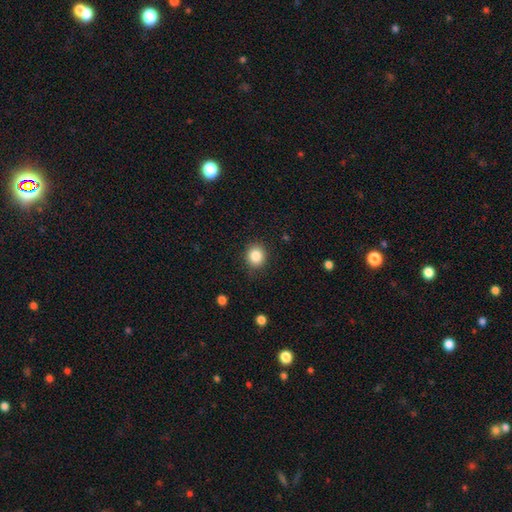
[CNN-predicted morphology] Smooth or featured?
  - smooth: 85% *
  - star or artifact: 10%
  - featured or disk: 5%
How rounded?
  - round: 82% *
  - in between: 18%
  - cigar-shaped: 1%
Merging?
  - none: 87% *
  - minor disturbance: 9%
  - major disturbance: 3%
  - merger: 1%